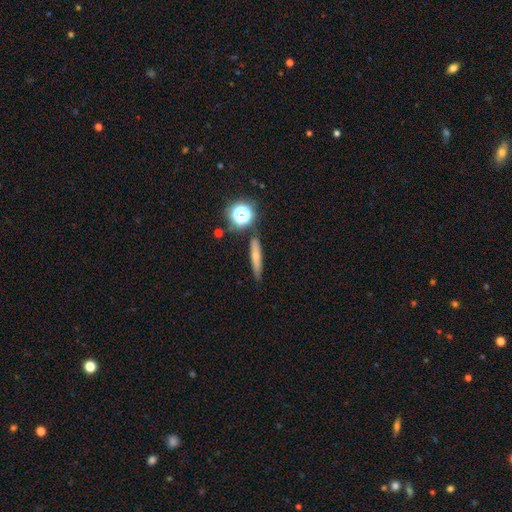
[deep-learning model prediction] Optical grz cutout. It shows a smooth galaxy with no disk features (60%) that is cigar-shaped (81%). Merging: none (83%).